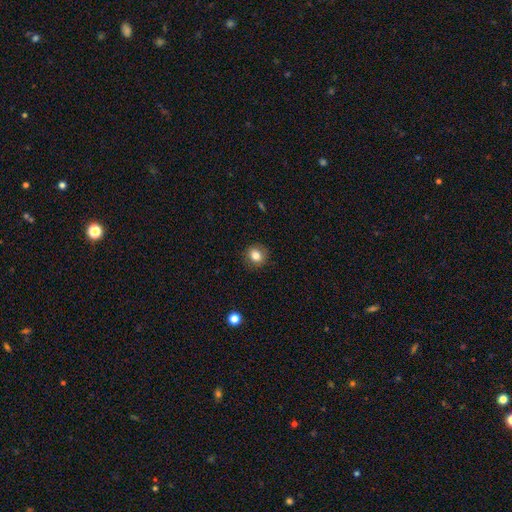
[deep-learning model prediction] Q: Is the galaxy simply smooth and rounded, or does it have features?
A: smooth — 82%.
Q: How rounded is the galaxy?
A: round — 79%.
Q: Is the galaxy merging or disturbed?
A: none — 89%.